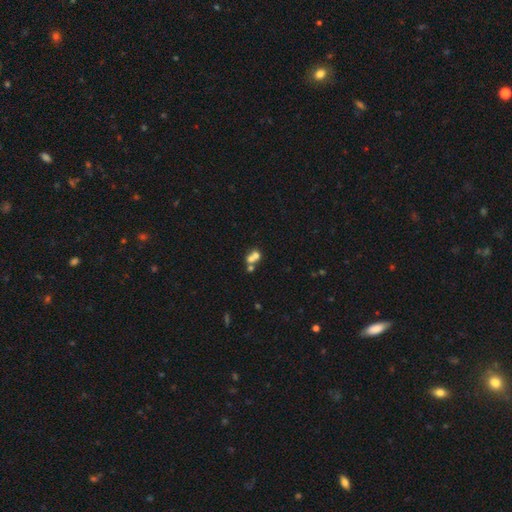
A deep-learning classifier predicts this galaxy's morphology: This is likely a smooth galaxy (61%). How rounded: likely round (64%). Merging: likely merger (63%).